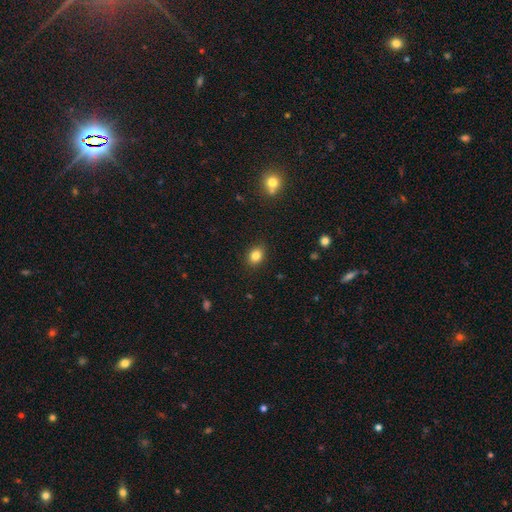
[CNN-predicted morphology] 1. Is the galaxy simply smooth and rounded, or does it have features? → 84% smooth, 11% star or artifact, 6% featured or disk.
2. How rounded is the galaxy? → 56% in between, 43% round, 1% cigar-shaped.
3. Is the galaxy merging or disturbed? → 88% none, 9% minor disturbance, 2% major disturbance, 1% merger.